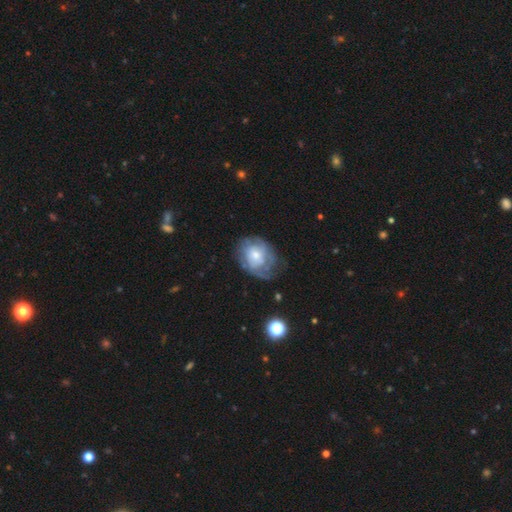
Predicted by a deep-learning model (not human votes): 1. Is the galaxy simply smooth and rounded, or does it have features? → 54% featured or disk, 38% smooth, 8% star or artifact.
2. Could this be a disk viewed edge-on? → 97% no, 3% yes.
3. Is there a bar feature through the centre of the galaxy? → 80% no, 18% weak, 3% strong.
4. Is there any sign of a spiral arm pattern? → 58% yes, 42% no.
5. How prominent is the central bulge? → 45% moderate, 39% small, 11% large, 4% none, 2% dominant.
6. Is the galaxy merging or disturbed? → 51% none, 27% minor disturbance, 20% major disturbance, 2% merger.